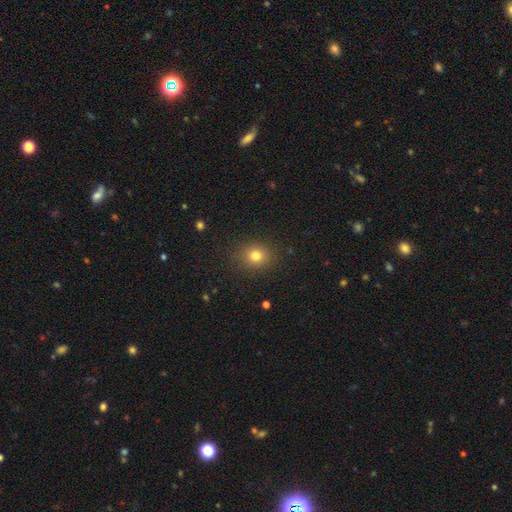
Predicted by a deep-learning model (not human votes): The model was most divided on "how rounded": round: 73%, in between: 26%, cigar-shaped: 1%. More confident: merging — none (88%); smooth or featured — smooth (79%).